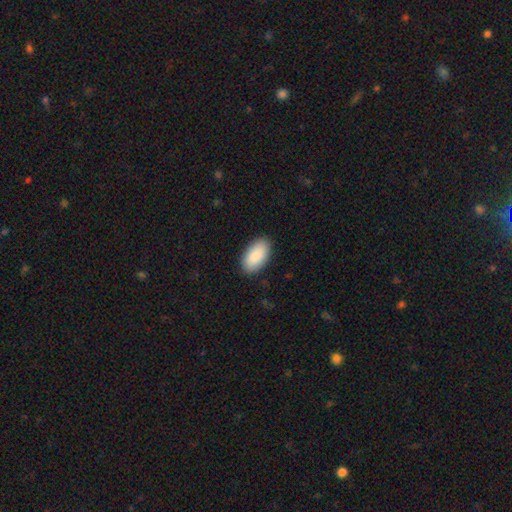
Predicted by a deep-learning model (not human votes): Overall: smooth (90%). How rounded: in between (96%). Merging: none (88%).